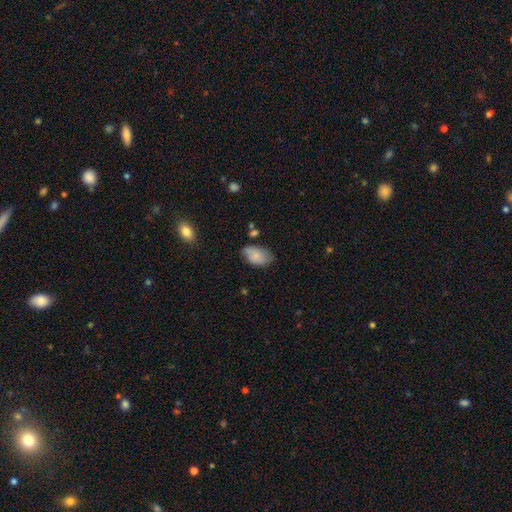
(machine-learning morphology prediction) A smooth galaxy with no disk features (70%) that is in between round and cigar-shaped (90%).

Vote fractions:
- Smooth or featured? smooth: 70% / featured or disk: 22% / star or artifact: 8%
- How rounded? in between: 90% / round: 8% / cigar-shaped: 1%
- Merging? none: 55% / minor disturbance: 33% / major disturbance: 9% / merger: 3%